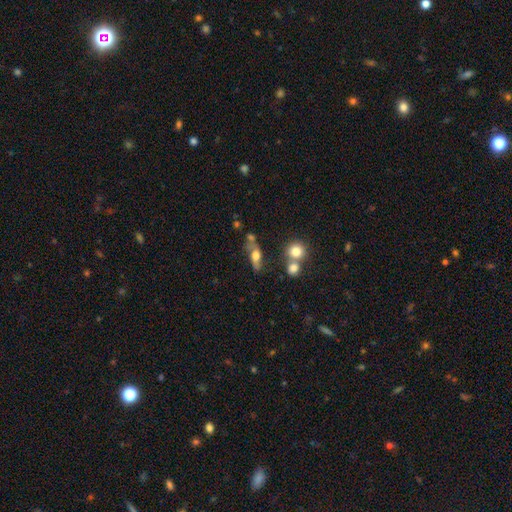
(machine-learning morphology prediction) Q: Smooth or featured?
A: smooth (55%); runner-up: featured or disk (35%)
Q: How rounded?
A: in between (62%); runner-up: cigar-shaped (25%)
Q: Merging?
A: none (50%); runner-up: minor disturbance (21%)